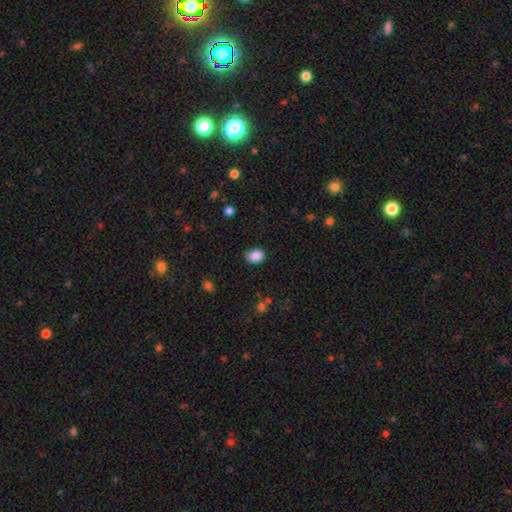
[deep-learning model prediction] smooth-or-featured: smooth: 87% | star or artifact: 9% | featured or disk: 4%
  how-rounded: in between: 56% | round: 43% | cigar-shaped: 1%
  merging: none: 66% | minor disturbance: 26% | major disturbance: 6% | merger: 2%